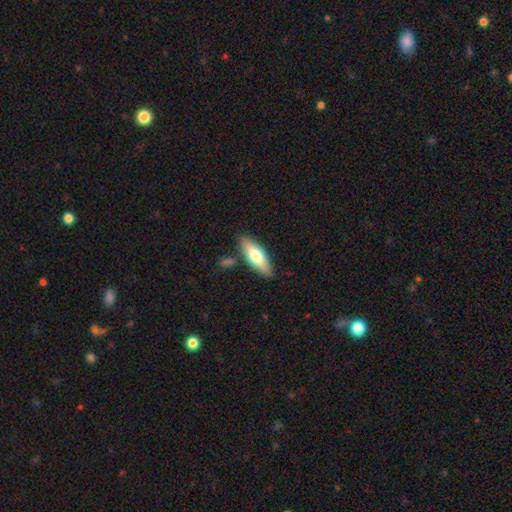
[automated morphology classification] A smooth galaxy with no disk features (68%) that is in between round and cigar-shaped (60%). Merging: none (83%).